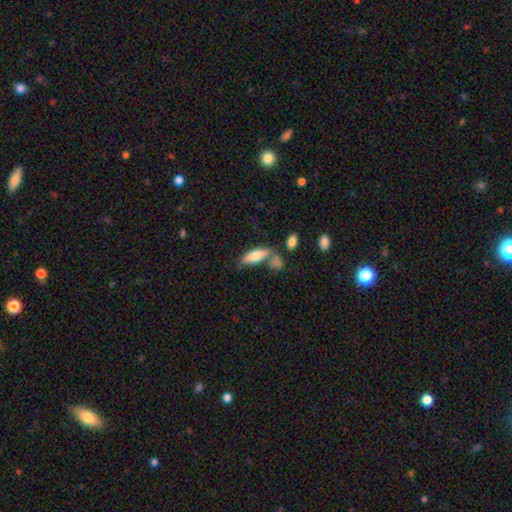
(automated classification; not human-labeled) A smooth galaxy with no disk features (75%) that is in between round and cigar-shaped (63%).

Vote fractions:
- Smooth or featured? smooth: 75% / featured or disk: 19% / star or artifact: 7%
- How rounded? in between: 63% / cigar-shaped: 35% / round: 2%
- Merging? none: 49% / merger: 26% / minor disturbance: 18% / major disturbance: 7%